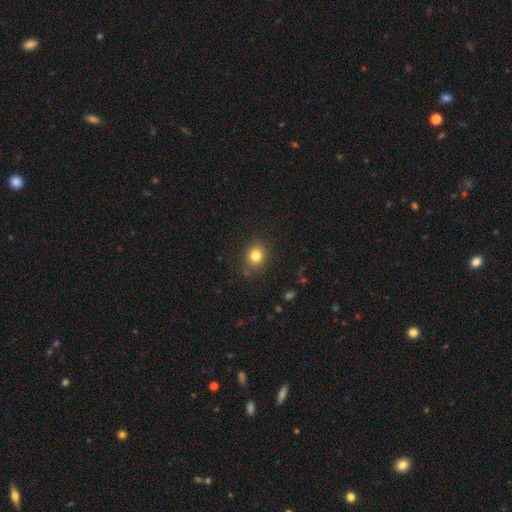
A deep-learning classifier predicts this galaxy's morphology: smooth 81%, star or artifact 12%, featured or disk 7%. Down the decision tree: how rounded — round (75%); merging — none (86%).